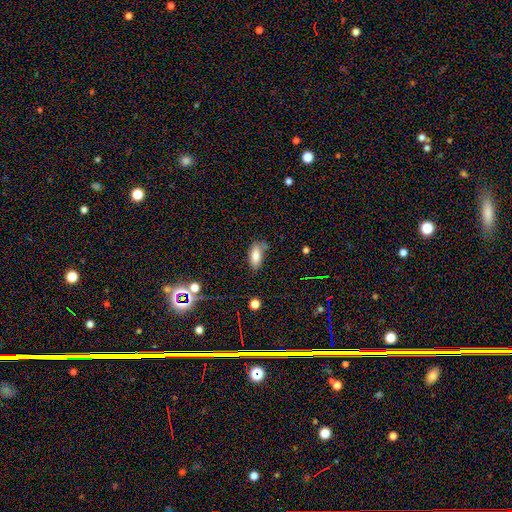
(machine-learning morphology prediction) A smooth galaxy with no disk features (81%) that is in between round and cigar-shaped (87%). Merging: none (59%).